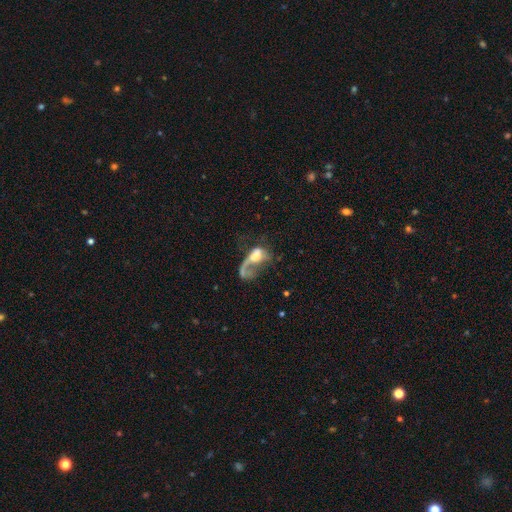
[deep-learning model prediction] The model was most divided on "spiral arms": yes: 57%, no: 43%. Remaining: edge-on disk — no (95%); bar — no (71%); smooth or featured — featured or disk (60%); merging — major disturbance (59%); bulge size — moderate (40%).